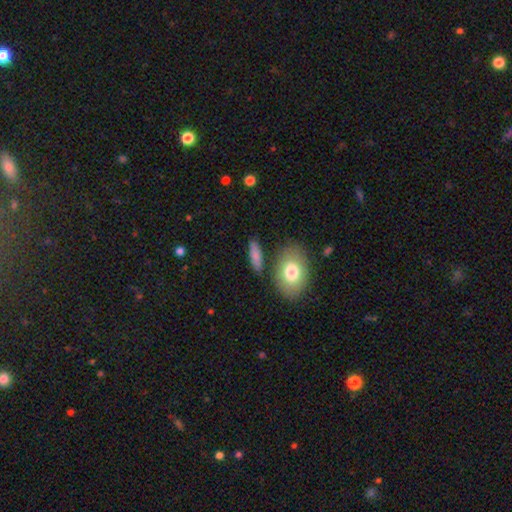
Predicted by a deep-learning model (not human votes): smooth-or-featured: smooth: 81% | featured or disk: 13% | star or artifact: 7%
  how-rounded: in between: 61% | cigar-shaped: 33% | round: 6%
  merging: none: 80% | minor disturbance: 11% | merger: 6% | major disturbance: 3%